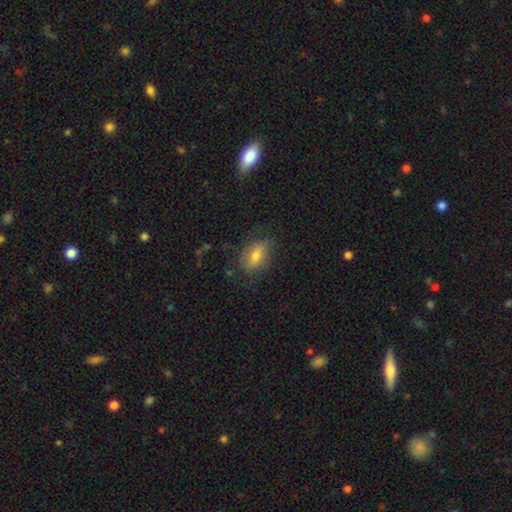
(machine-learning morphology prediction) smooth 67%, featured or disk 24%, star or artifact 10%. Down the decision tree: how rounded — in between (85%); merging — none (70%).